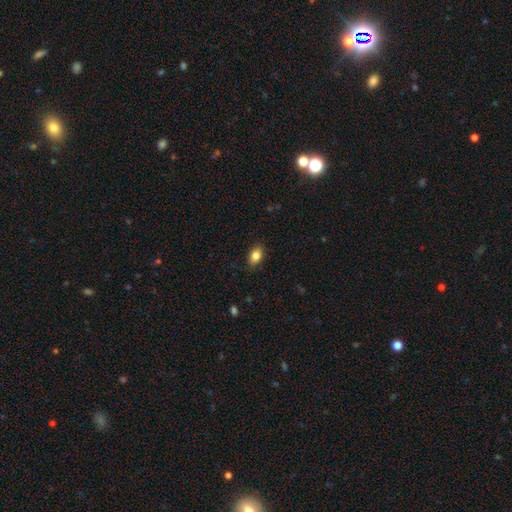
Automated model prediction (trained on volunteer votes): Smooth or featured? Predicted: smooth (p=0.85). How rounded? Predicted: in between (p=0.87). Merging? Predicted: none (p=0.86).